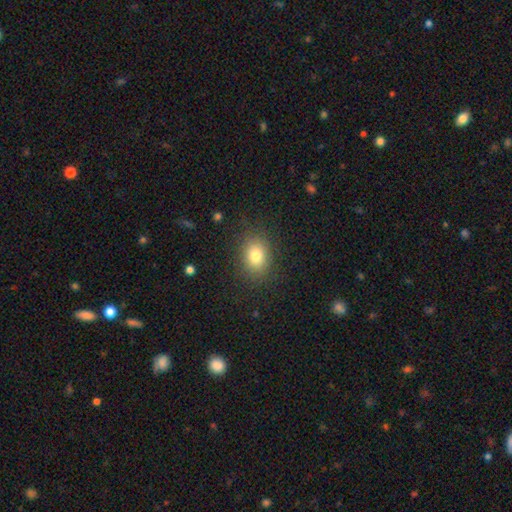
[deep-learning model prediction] Smooth or featured? smooth (80%)
How rounded? in between (61%)
Merging? none (85%)